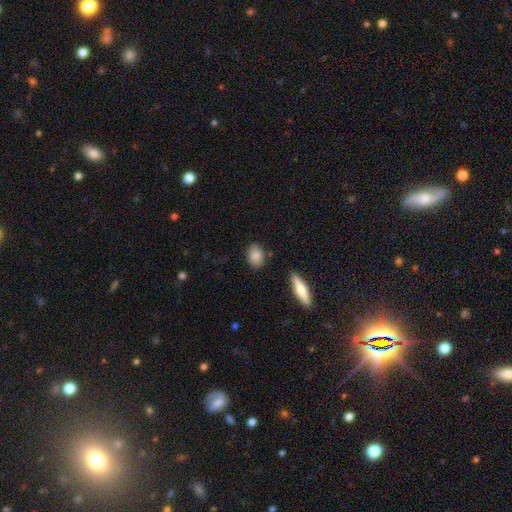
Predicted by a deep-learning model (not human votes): Smooth or featured: smooth — 86% (featured or disk — 8%)
How rounded: in between — 75% (round — 22%)
Merging: none — 82% (minor disturbance — 13%)